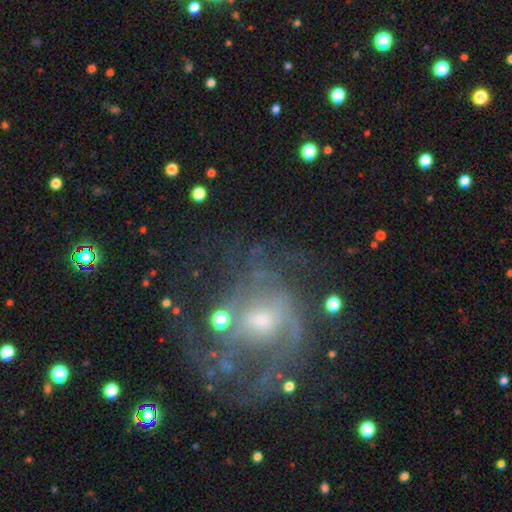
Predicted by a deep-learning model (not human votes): A featured or disk galaxy (76%) with no bar (58%), medium (43%) spiral arms (82%) and a small central bulge (44%, tied with moderate). Merging: none (51%).